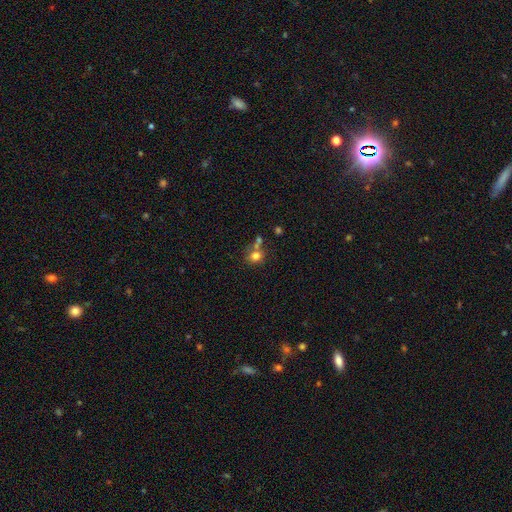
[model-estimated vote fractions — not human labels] Smooth or featured?
  - smooth: 77% *
  - star or artifact: 13%
  - featured or disk: 10%
How rounded?
  - round: 71% *
  - in between: 28%
  - cigar-shaped: 1%
Merging?
  - none: 53% *
  - merger: 28%
  - minor disturbance: 13%
  - major disturbance: 6%